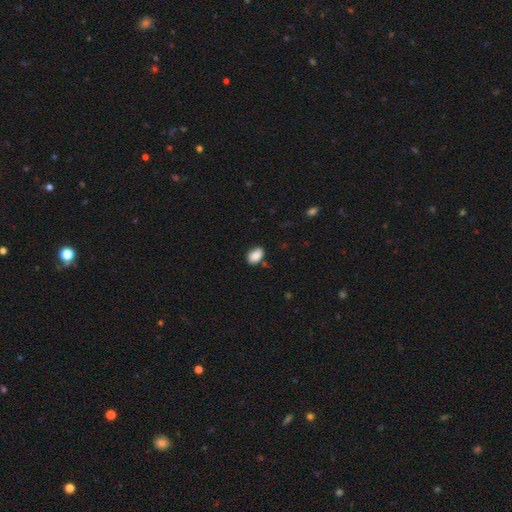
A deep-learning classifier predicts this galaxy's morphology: The model was most divided on "merging": none: 75%, minor disturbance: 18%, major disturbance: 3%, merger: 3%. More confident: smooth or featured — smooth (88%); how rounded — in between (86%).